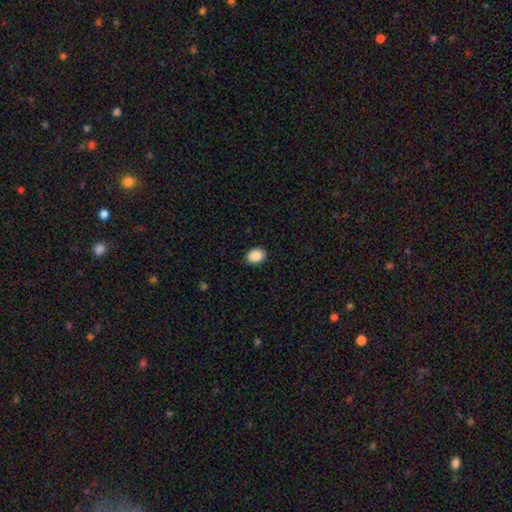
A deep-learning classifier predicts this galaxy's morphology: Smooth or featured? Predicted: smooth (p=0.89). How rounded? Predicted: in between (p=0.68). Merging? Predicted: none (p=0.90).